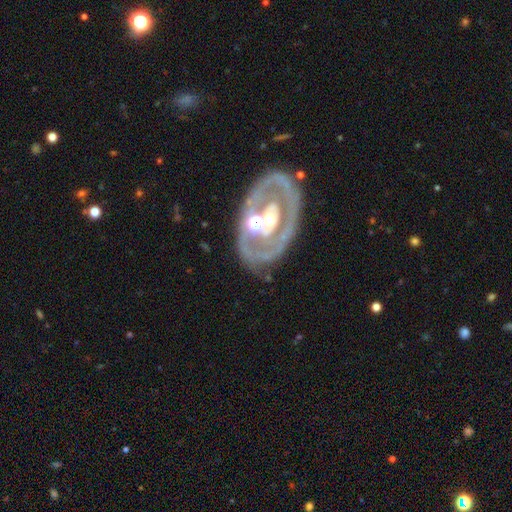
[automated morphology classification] This appears to be a featured or disk galaxy (77%) with no bar (67%), no spiral arms (64%) and a moderate central bulge (70%). Merging: none (64%).